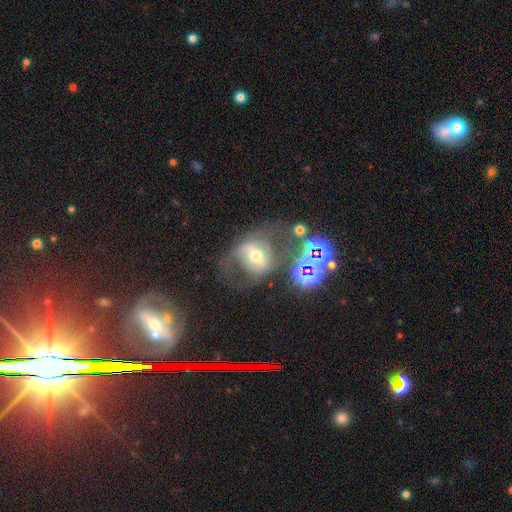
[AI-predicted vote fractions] A featured or disk galaxy (62%) with a strong bar (42%), spiral arms (58%) and a moderate central bulge (68%).

Vote fractions:
- Smooth or featured? featured or disk: 62% / smooth: 23% / star or artifact: 14%
- Edge-on disk? no: 94% / yes: 6%
- Bar? strong: 42% / weak: 32% / no: 26%
- Spiral arms? yes: 58% / no: 42%
- Bulge size? moderate: 68% / small: 17% / large: 11% / dominant: 2% / none: 2%
- Merging? none: 44% / major disturbance: 28% / minor disturbance: 18% / merger: 10%